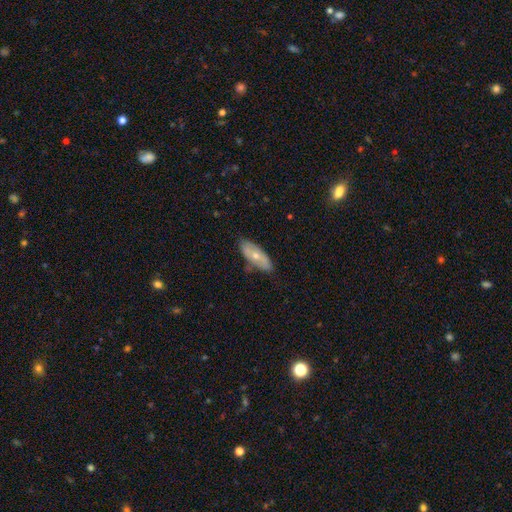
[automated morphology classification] type=smooth (53%); roundness=in between (77%); merging=none (73%).